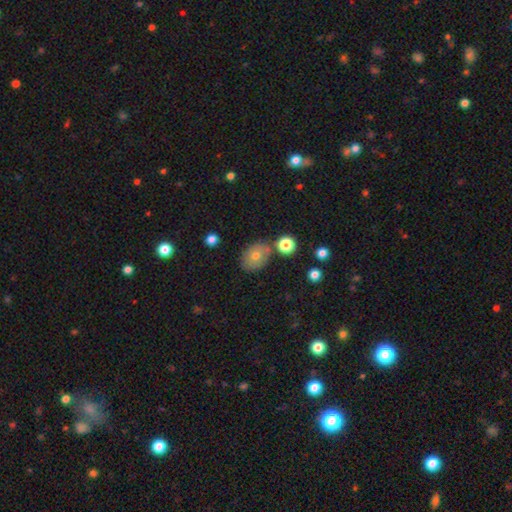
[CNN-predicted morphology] Smooth or featured: smooth — 68% (featured or disk — 20%)
How rounded: in between — 62% (round — 37%)
Merging: none — 71% (minor disturbance — 15%)